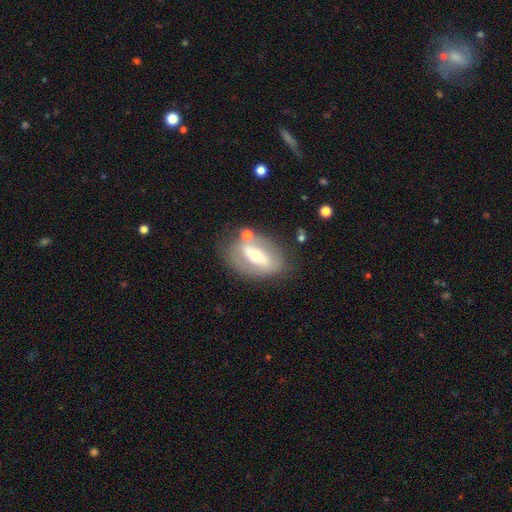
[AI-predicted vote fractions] A featured or disk galaxy (63%) with a strong bar (50%), no spiral arms (71%) and a moderate central bulge (60%). Merging: none (71%).